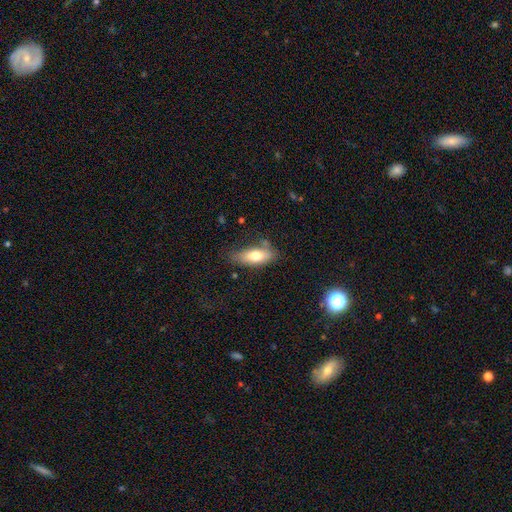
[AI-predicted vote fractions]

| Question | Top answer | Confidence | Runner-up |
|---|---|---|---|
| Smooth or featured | smooth | 72% | featured or disk (21%) |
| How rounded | in between | 75% | cigar-shaped (22%) |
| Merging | none | 67% | minor disturbance (22%) |